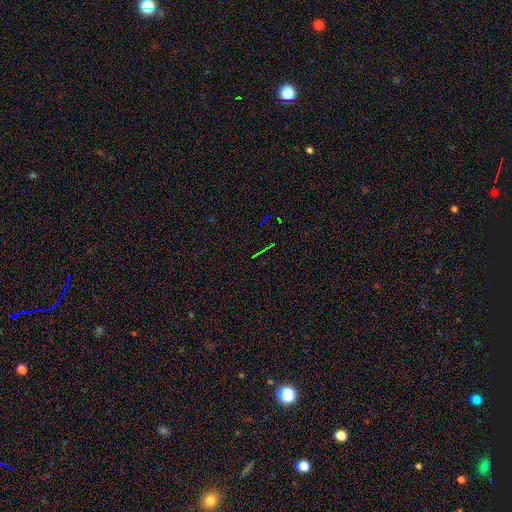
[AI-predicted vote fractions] This appears to be a star or artifact, not a galaxy (78%).